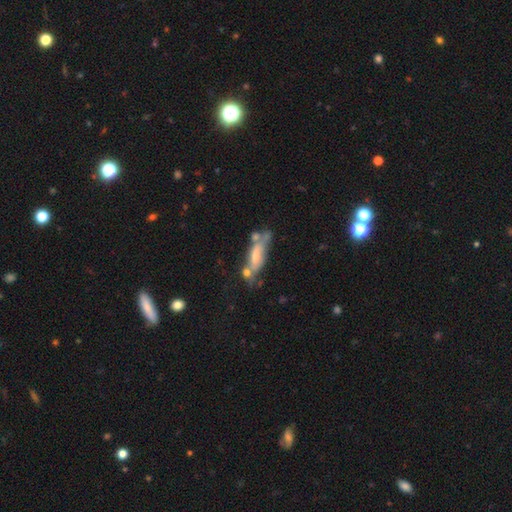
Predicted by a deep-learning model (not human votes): smooth_or_featured: featured or disk (p=0.53) [alt: smooth p=0.37]
disk_edge_on: no (p=0.69) [alt: yes p=0.31]
merging: none (p=0.35) [alt: merger p=0.29]